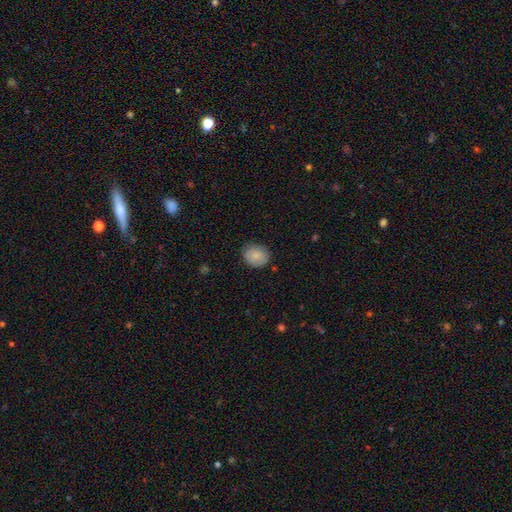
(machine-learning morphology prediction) type=smooth (82%); roundness=round (60%); merging=none (80%).